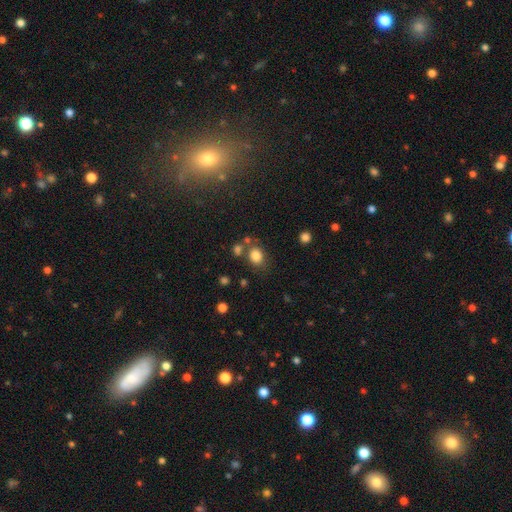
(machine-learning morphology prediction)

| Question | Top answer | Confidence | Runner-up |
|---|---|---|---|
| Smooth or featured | smooth | 81% | star or artifact (11%) |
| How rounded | round | 55% | in between (44%) |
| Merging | none | 64% | merger (16%) |